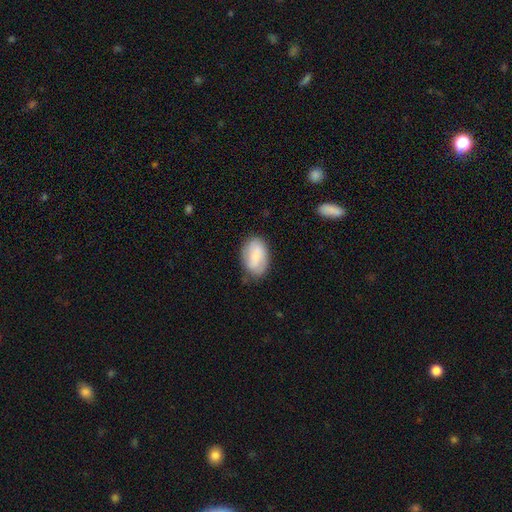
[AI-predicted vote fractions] Smooth or featured? smooth (66%)
How rounded? in between (89%)
Merging? none (74%)